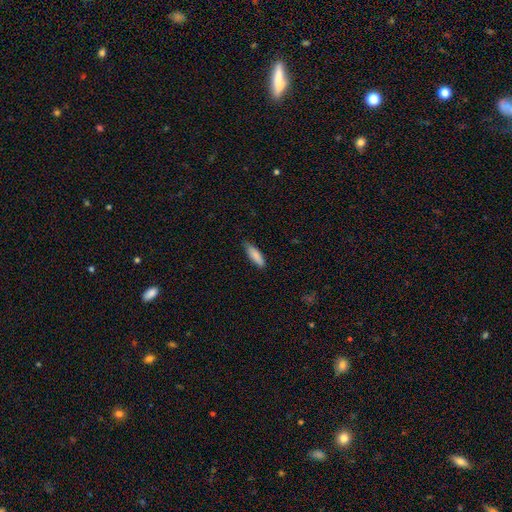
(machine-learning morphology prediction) This is clearly a smooth galaxy (86%). How rounded: possibly cigar-shaped (54%). Merging: likely none (75%).